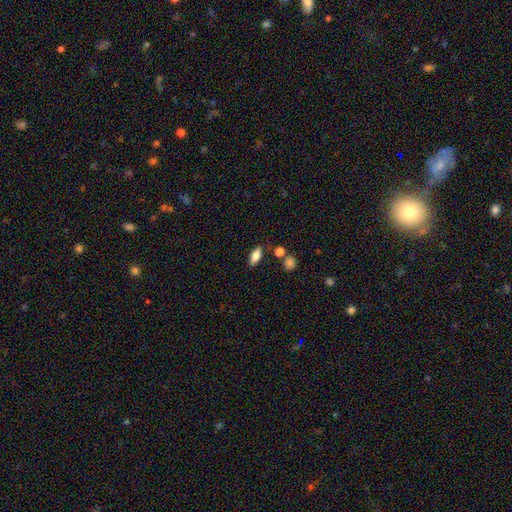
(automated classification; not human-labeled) A smooth galaxy with no disk features (76%) that is in between round and cigar-shaped (80%). Merging: none (80%).